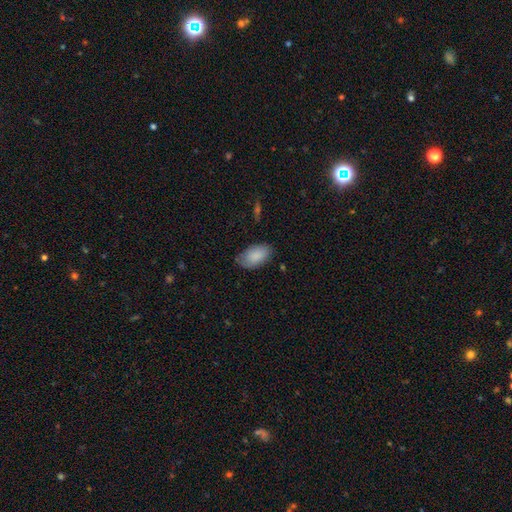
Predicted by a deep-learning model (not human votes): This is clearly a smooth galaxy (88%). How rounded: clearly in between (95%). Merging: likely none (75%).